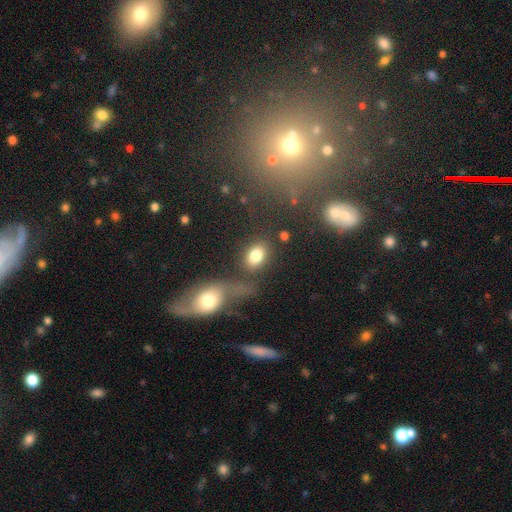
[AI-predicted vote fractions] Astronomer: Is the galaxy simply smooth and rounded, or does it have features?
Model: smooth — 81%.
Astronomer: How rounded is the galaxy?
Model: in between — 74%.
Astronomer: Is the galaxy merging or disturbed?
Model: none — 65%.